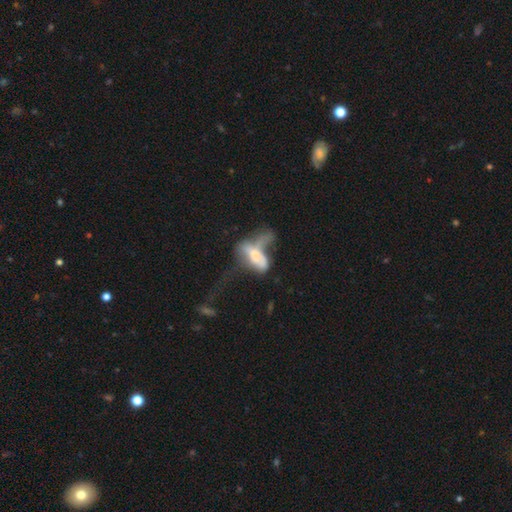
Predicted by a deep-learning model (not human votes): Smooth or featured? smooth (46%)
Merging? major disturbance (49%)